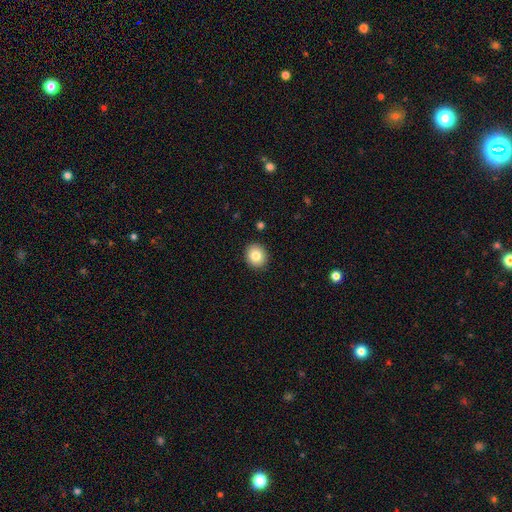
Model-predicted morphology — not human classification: Overall: smooth (82%). How rounded: round (82%). Merging: none (92%).